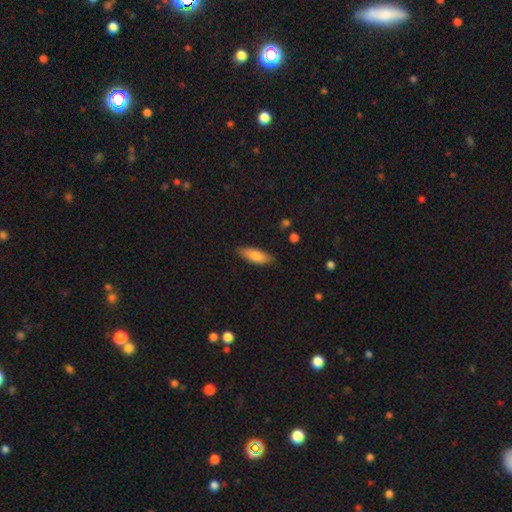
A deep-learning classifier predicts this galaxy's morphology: Overall: smooth (82%). How rounded: in between (66%; cigar-shaped 32%). Merging: none (85%).